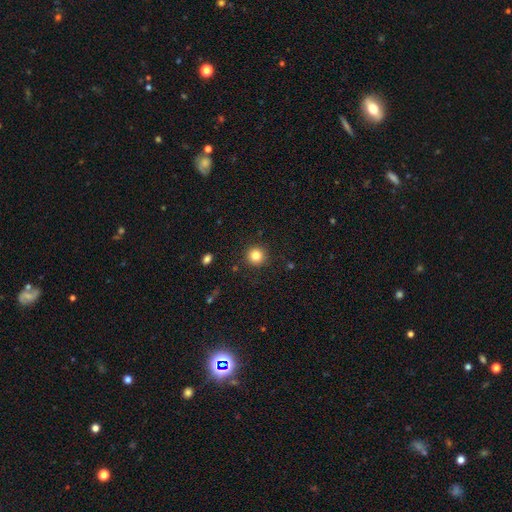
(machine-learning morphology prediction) type=smooth (83%); roundness=round (95%); merging=none (91%).